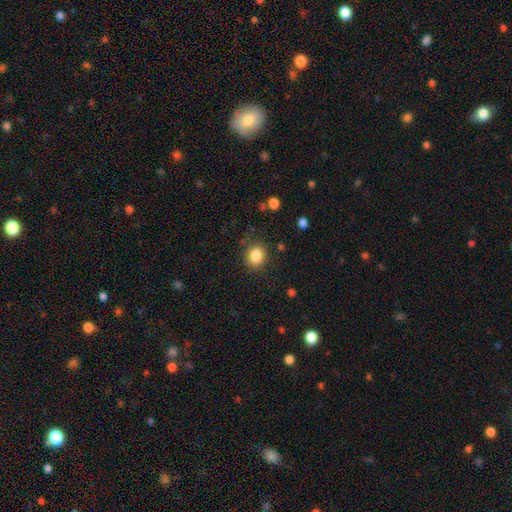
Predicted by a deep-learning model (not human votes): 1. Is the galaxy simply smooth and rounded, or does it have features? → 85% smooth, 10% star or artifact, 5% featured or disk.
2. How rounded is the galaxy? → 69% round, 30% in between, 1% cigar-shaped.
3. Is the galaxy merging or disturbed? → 84% none, 10% minor disturbance, 4% major disturbance, 2% merger.